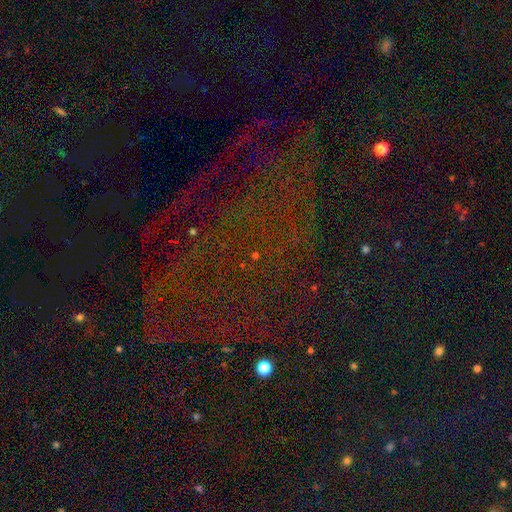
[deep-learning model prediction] smooth_or_featured: star or artifact (p=0.76) [alt: smooth p=0.15]